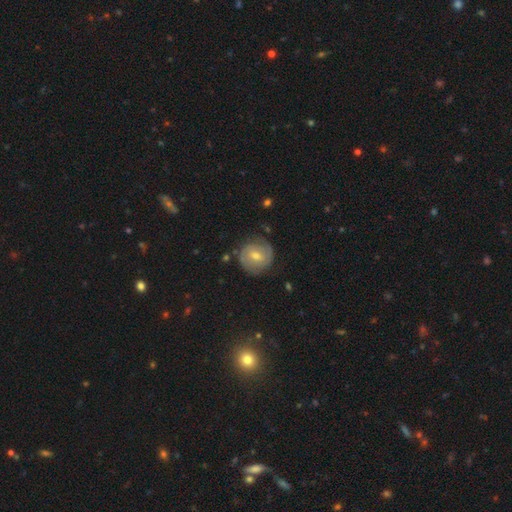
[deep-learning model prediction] Smooth or featured? Predicted: featured or disk (p=0.64). Edge-on disk? Predicted: no (p=0.97). Bar? Predicted: weak (p=0.47). Spiral arms? Predicted: yes (p=0.86). Spiral winding? Predicted: tight (p=0.61). Spiral arm count? Predicted: 2 (p=0.59). Bulge size? Predicted: moderate (p=0.57). Merging? Predicted: none (p=0.80).